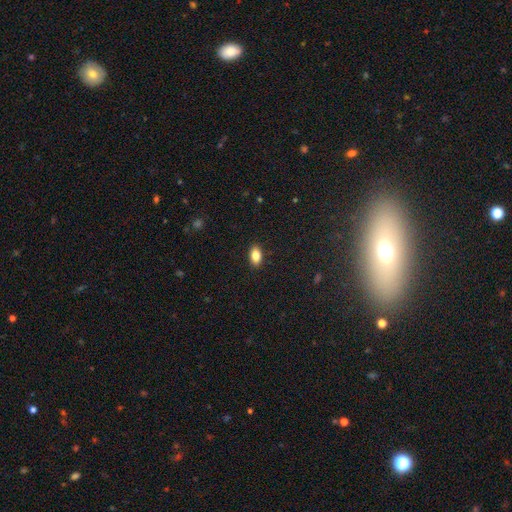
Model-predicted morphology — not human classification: Overall: smooth (85%). How rounded: in between (90%). Merging: none (89%).